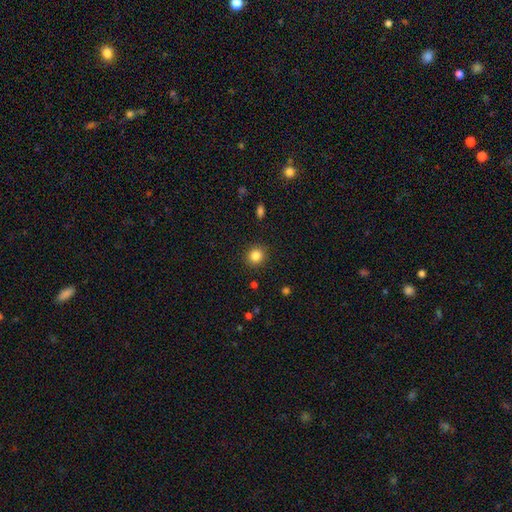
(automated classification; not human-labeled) Smooth or featured? smooth (84%)
How rounded? round (89%)
Merging? none (91%)